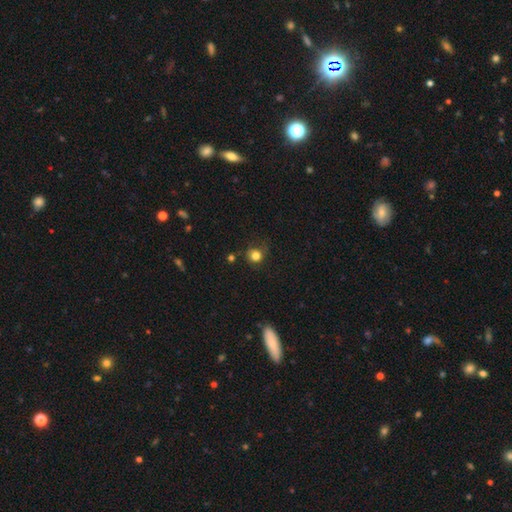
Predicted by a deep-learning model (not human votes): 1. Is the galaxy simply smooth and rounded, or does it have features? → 81% smooth, 13% star or artifact, 6% featured or disk.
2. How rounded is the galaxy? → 88% round, 11% in between, 1% cigar-shaped.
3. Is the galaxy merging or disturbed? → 73% none, 17% minor disturbance, 7% major disturbance, 3% merger.